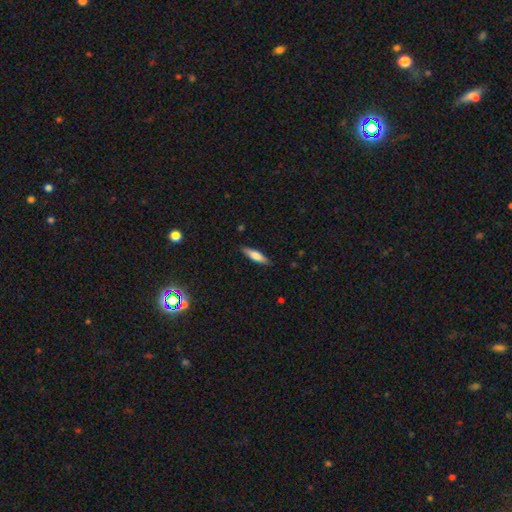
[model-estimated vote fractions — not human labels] smooth 69%, featured or disk 24%, star or artifact 6%. Down the decision tree: how rounded — cigar-shaped (73%); merging — none (88%).